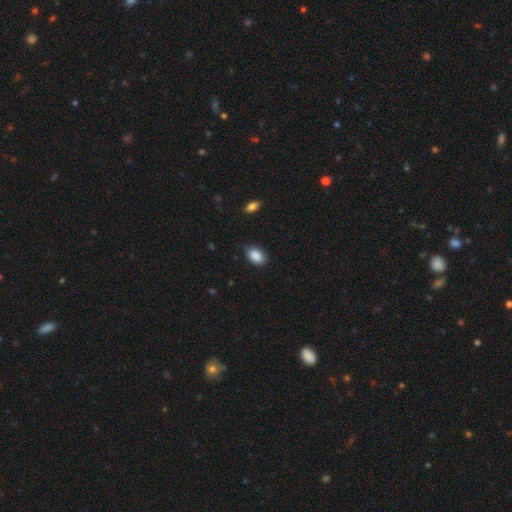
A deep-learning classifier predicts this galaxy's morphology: This appears to be a smooth galaxy with no disk features (89%) that is in between round and cigar-shaped (87%). Merging: none (82%).